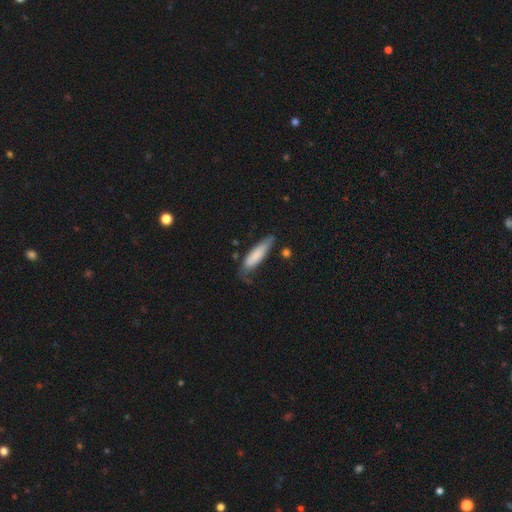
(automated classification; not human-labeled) A smooth galaxy with no disk features (76%) that is cigar-shaped (67%). Merging: none (55%).